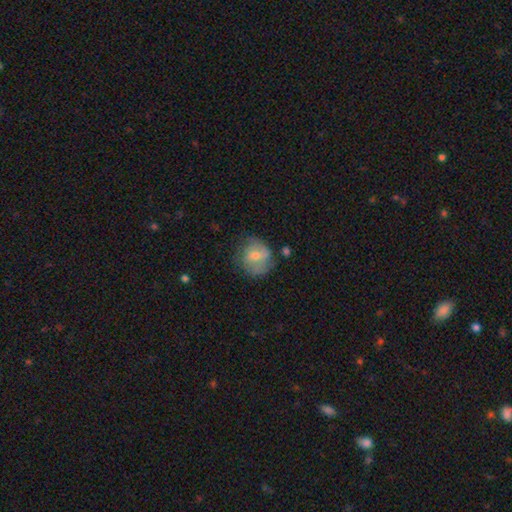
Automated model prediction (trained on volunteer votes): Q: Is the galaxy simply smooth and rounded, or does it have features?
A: featured or disk — 47%.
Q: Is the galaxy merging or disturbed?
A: none — 58%.